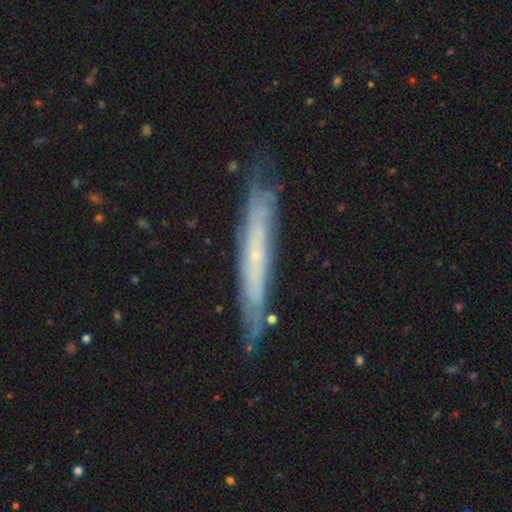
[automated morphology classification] smooth_or_featured: featured or disk (p=0.66) [alt: smooth p=0.26]
disk_edge_on: yes (p=0.73) [alt: no p=0.27]
merging: none (p=0.78) [alt: minor disturbance p=0.17]